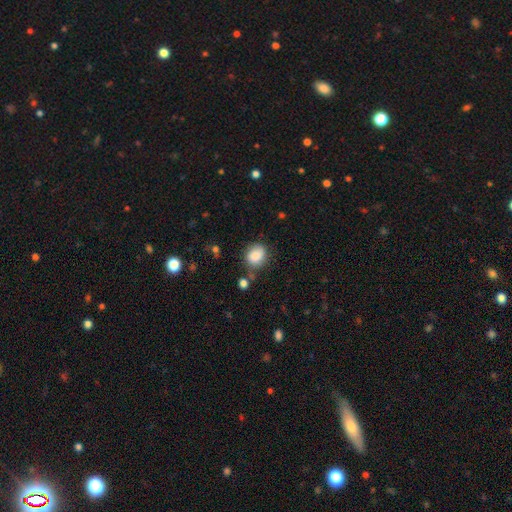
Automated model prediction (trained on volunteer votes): smooth-or-featured: smooth: 86% | star or artifact: 9% | featured or disk: 5%
  how-rounded: round: 59% | in between: 40% | cigar-shaped: 1%
  merging: none: 69% | minor disturbance: 19% | merger: 6% | major disturbance: 5%